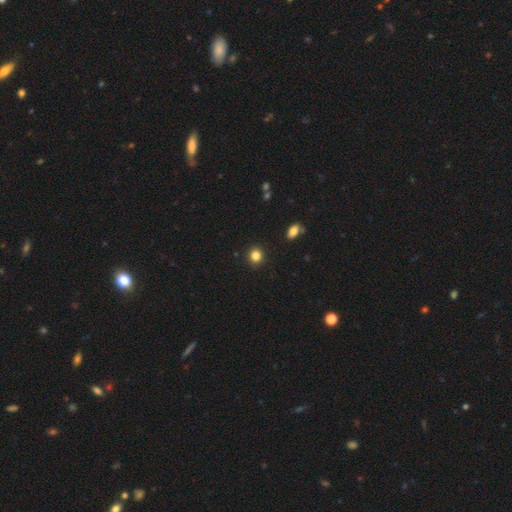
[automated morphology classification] Smooth or featured? Predicted: smooth (p=0.84). How rounded? Predicted: round (p=0.88). Merging? Predicted: none (p=0.92).